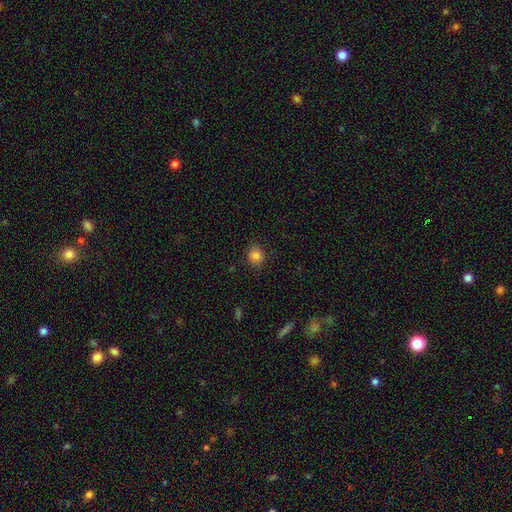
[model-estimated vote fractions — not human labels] This is clearly a smooth galaxy (84%). How rounded: likely round (79%). Merging: clearly none (85%).